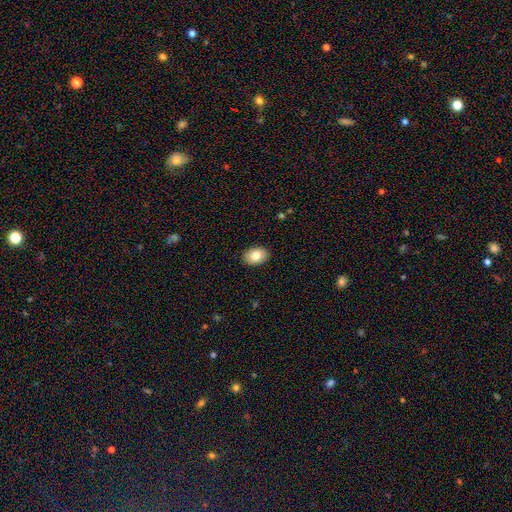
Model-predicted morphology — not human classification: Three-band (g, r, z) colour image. It shows a smooth galaxy with no disk features (82%) that is in between round and cigar-shaped (81%). Merging: none (90%).